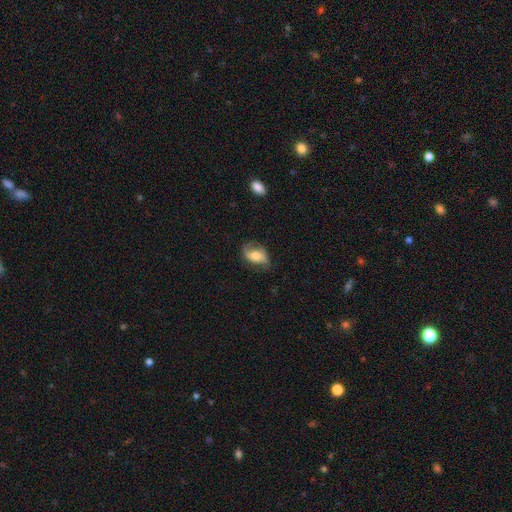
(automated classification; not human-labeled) Smooth or featured? Predicted: featured or disk (p=0.47). Merging? Predicted: none (p=0.61).